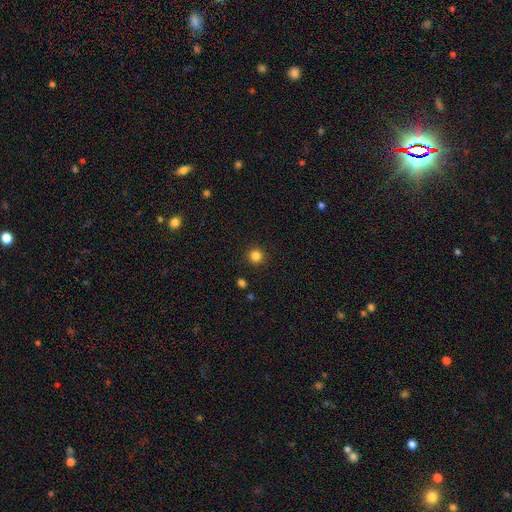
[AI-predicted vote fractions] Smooth or featured: smooth — 84% (star or artifact — 12%)
How rounded: round — 94% (in between — 5%)
Merging: none — 92% (minor disturbance — 5%)